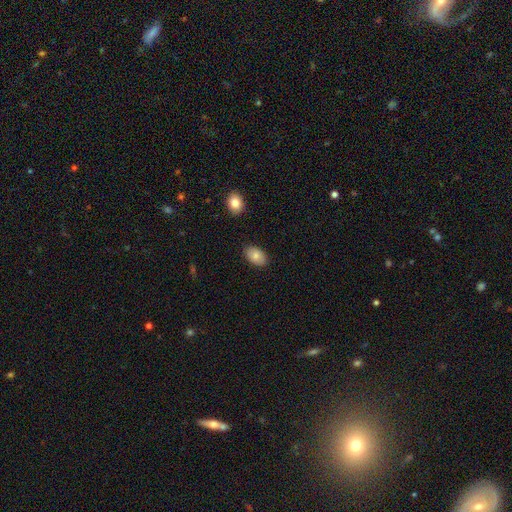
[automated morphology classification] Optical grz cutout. It shows a smooth galaxy with no disk features (82%) that is in between round and cigar-shaped (90%). Merging: none (85%).